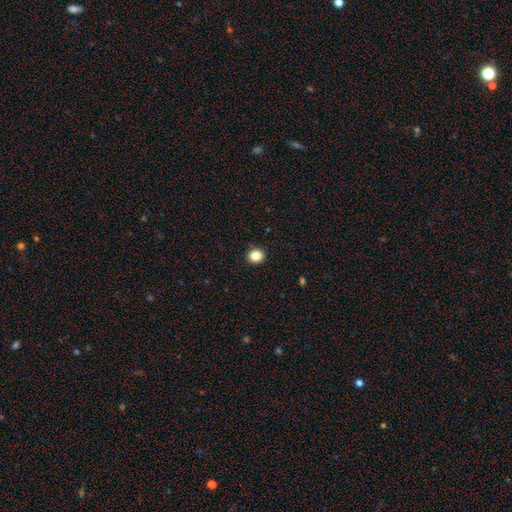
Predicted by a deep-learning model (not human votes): Smooth or featured? smooth (85%)
How rounded? round (77%)
Merging? none (92%)